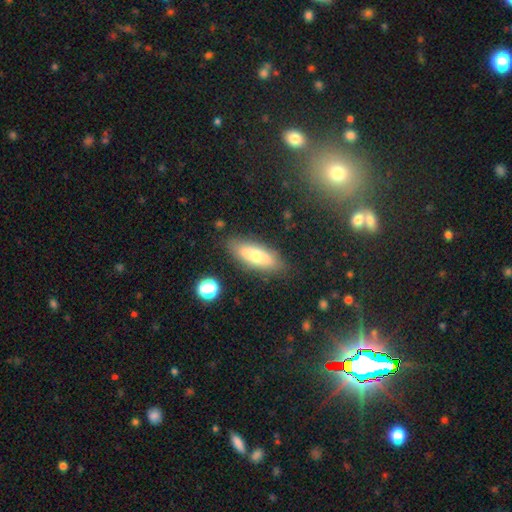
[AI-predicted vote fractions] This is possibly a smooth galaxy (60%). How rounded: likely in between (60%). Merging: clearly none (84%).